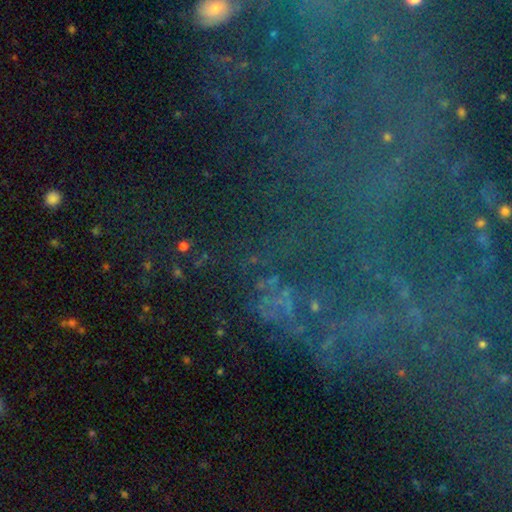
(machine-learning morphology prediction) smooth_or_featured: star or artifact (p=0.65) [alt: featured or disk p=0.21]